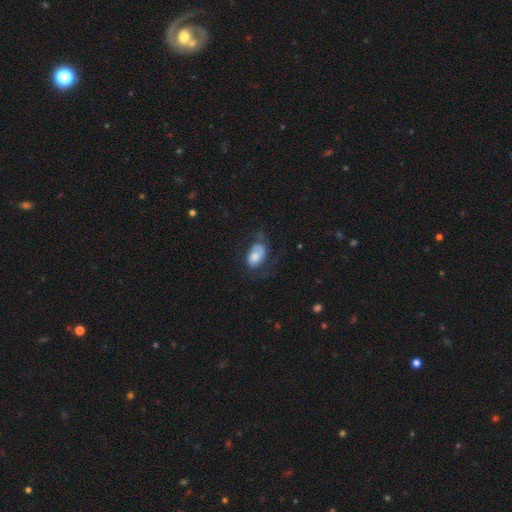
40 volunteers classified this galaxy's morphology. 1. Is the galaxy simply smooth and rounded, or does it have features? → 50% smooth, 40% featured or disk, 10% star or artifact.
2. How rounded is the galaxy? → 70% in between, 25% round, 5% cigar-shaped.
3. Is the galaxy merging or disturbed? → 56% minor disturbance, 28% major disturbance, 17% none, 0% merger.